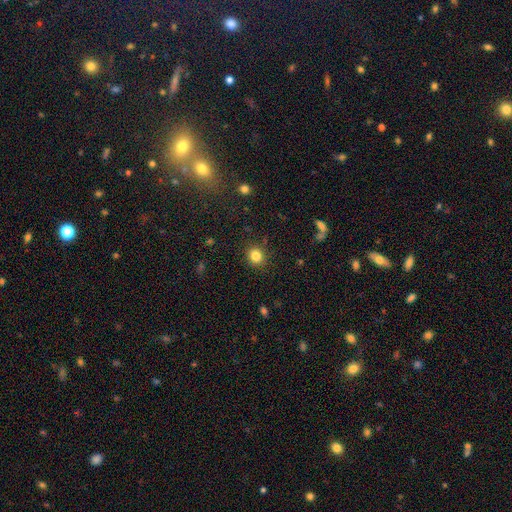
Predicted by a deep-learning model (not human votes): A smooth galaxy with no disk features (84%) that is round (81%). Merging: none (87%).